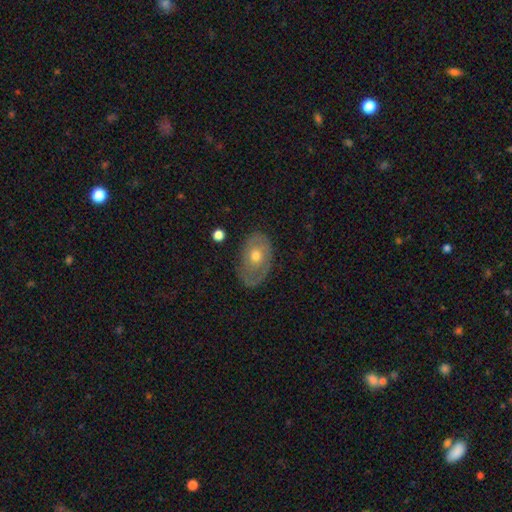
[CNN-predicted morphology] smooth-or-featured: featured or disk: 58% | smooth: 34% | star or artifact: 8%
  disk-edge-on: no: 91% | yes: 9%
    bar: no: 86% | weak: 11% | strong: 3%
    has-spiral-arms: no: 58% | yes: 42%
    bulge-size: moderate: 70% | small: 24% | large: 4% | none: 1% | dominant: 1%
  merging: none: 77% | minor disturbance: 17% | major disturbance: 5% | merger: 1%